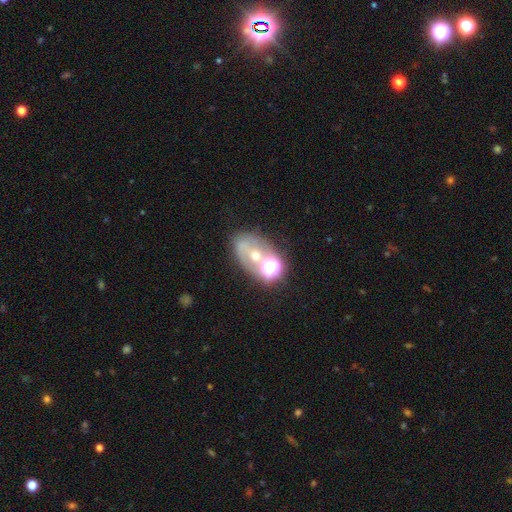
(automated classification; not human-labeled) Smooth or featured?
  - featured or disk: 44% *
  - star or artifact: 28%
  - smooth: 28%
Merging?
  - none: 53% *
  - merger: 22%
  - minor disturbance: 15%
  - major disturbance: 10%